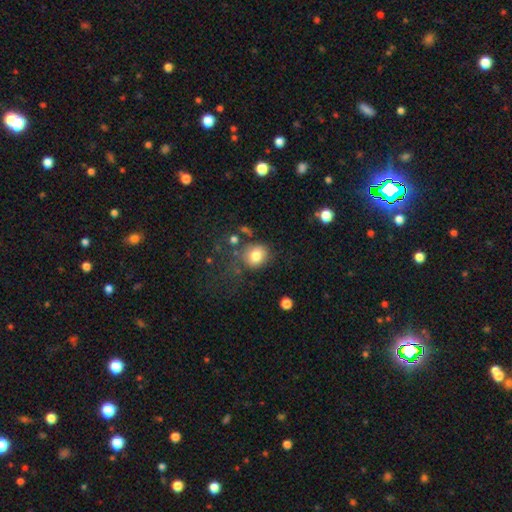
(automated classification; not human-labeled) Smooth or featured? Predicted: smooth (p=0.80). How rounded? Predicted: round (p=0.69). Merging? Predicted: none (p=0.65).